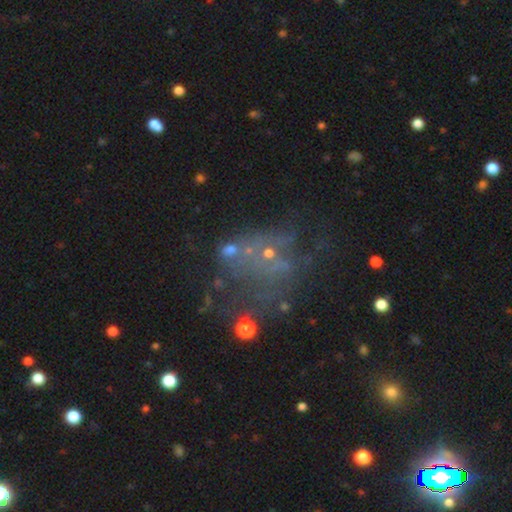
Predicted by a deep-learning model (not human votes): smooth_or_featured: featured or disk (p=0.42) [alt: star or artifact p=0.34]
merging: none (p=0.40) [alt: major disturbance p=0.31]